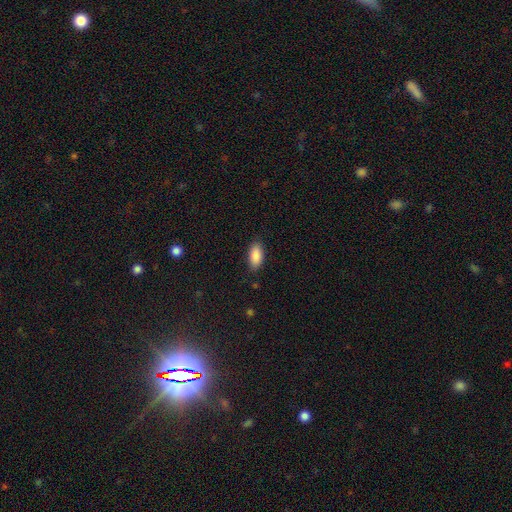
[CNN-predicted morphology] This is clearly a smooth galaxy (89%). How rounded: clearly in between (91%). Merging: clearly none (86%).